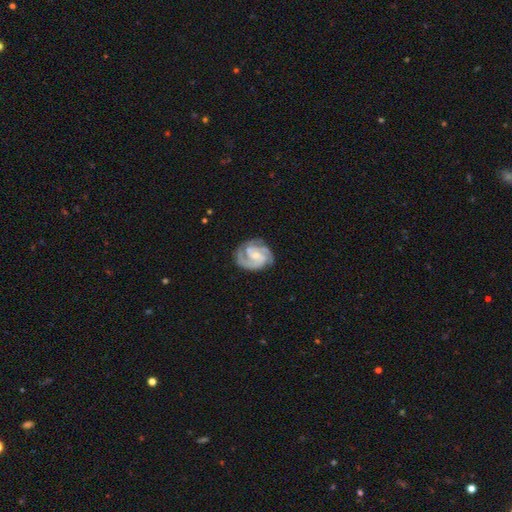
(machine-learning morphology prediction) smooth-or-featured: featured or disk: 90% | smooth: 6% | star or artifact: 4%
  disk-edge-on: no: 98% | yes: 2%
    bar: no: 46% | weak: 42% | strong: 11%
    has-spiral-arms: yes: 98% | no: 2%
      spiral-winding: tight: 57% | medium: 38% | loose: 5%
      spiral-arm-count: 2: 46% | 3: 36% | can't tell: 7% | 4: 4% | 1: 4% | more than 4: 3%
    bulge-size: small: 52% | moderate: 35% | none: 9% | large: 3% | dominant: 1%
  merging: none: 76% | minor disturbance: 16% | major disturbance: 6% | merger: 1%